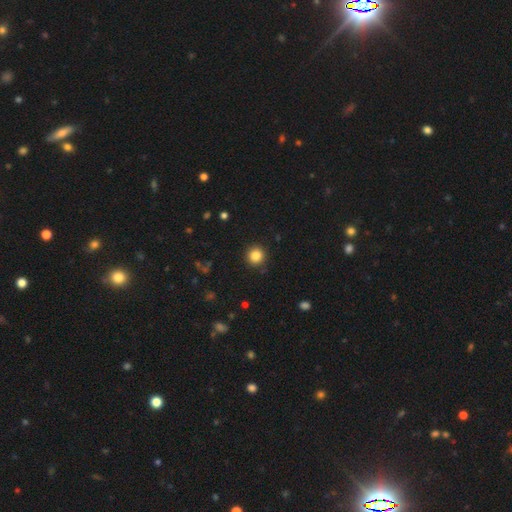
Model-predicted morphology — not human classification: smooth_or_featured: smooth (p=0.84) [alt: star or artifact p=0.11]
how_rounded: round (p=0.94) [alt: in between p=0.05]
merging: none (p=0.91) [alt: minor disturbance p=0.06]